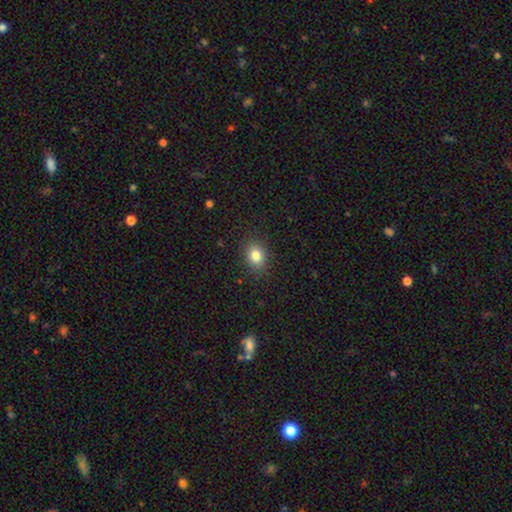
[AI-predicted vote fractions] A smooth galaxy with no disk features (82%) that is in between round and cigar-shaped (57%).

Vote fractions:
- Smooth or featured? smooth: 82% / star or artifact: 11% / featured or disk: 7%
- How rounded? in between: 57% / round: 42% / cigar-shaped: 1%
- Merging? none: 87% / minor disturbance: 9% / major disturbance: 3% / merger: 1%